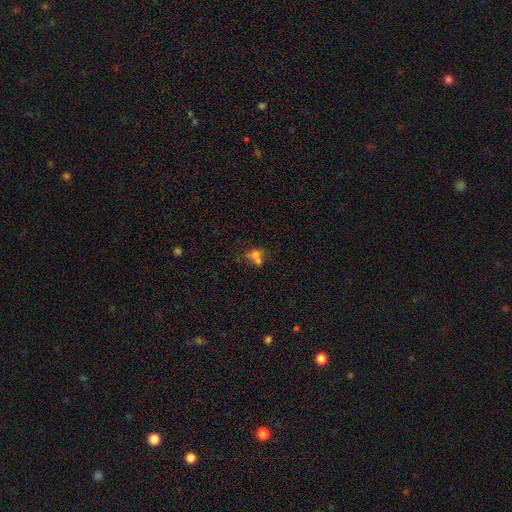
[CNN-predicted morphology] Smooth or featured? smooth (63%)
How rounded? round (61%)
Merging? merger (58%)